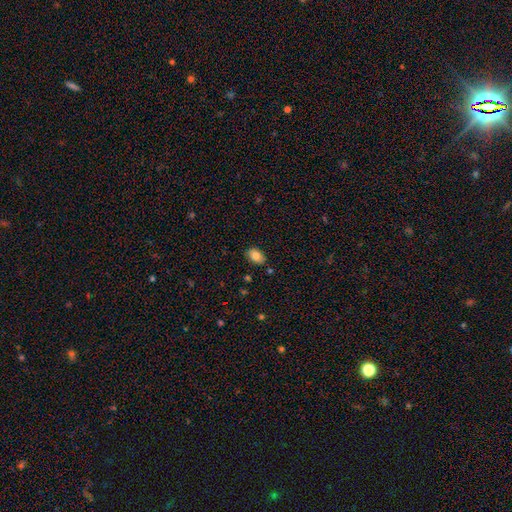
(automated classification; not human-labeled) Smooth or featured: smooth — 81% (featured or disk — 11%)
How rounded: in between — 87% (round — 12%)
Merging: none — 82% (minor disturbance — 13%)